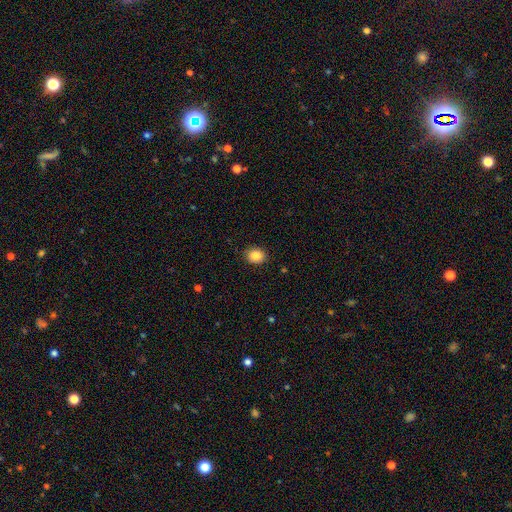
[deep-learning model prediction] Overall: smooth (86%). How rounded: round (61%; in between 39%). Merging: none (88%).